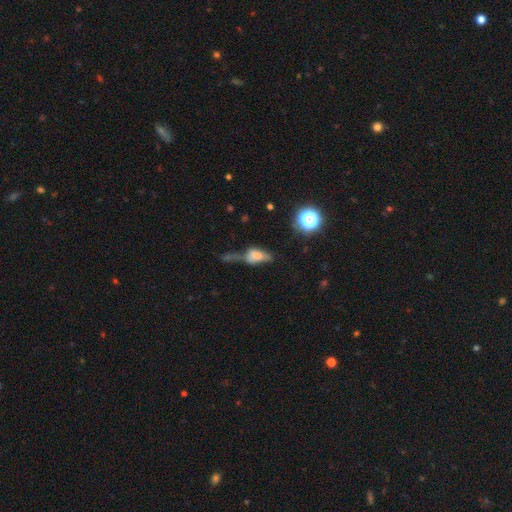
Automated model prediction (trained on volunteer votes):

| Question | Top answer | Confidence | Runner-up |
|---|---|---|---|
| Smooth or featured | smooth | 54% | featured or disk (32%) |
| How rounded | in between | 77% | cigar-shaped (12%) |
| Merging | major disturbance | 34% | none (23%) |